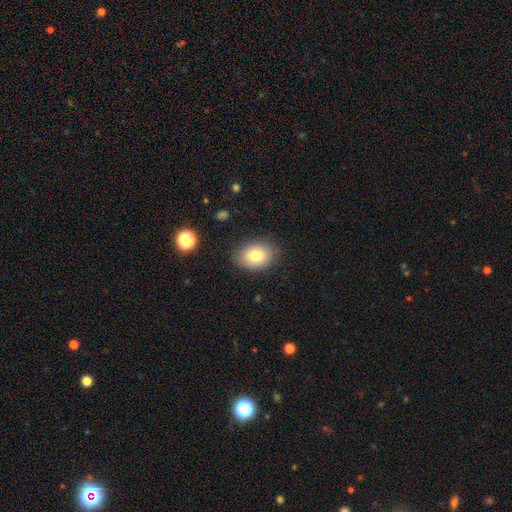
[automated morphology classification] Overall: smooth (79%). How rounded: in between (71%). Merging: none (84%).